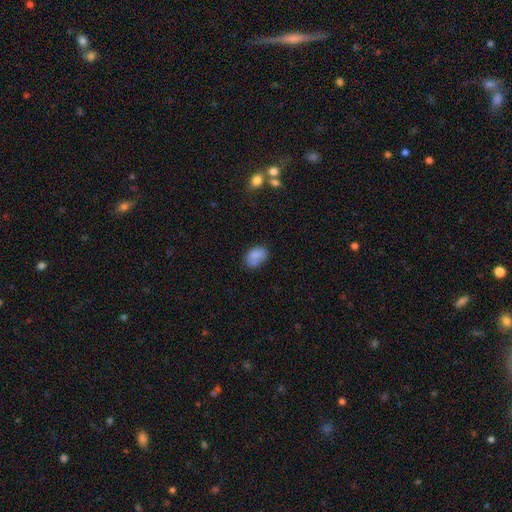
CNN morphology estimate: Overall: smooth (79%). How rounded: in between (80%). Merging: none (60%; minor disturbance 24%).